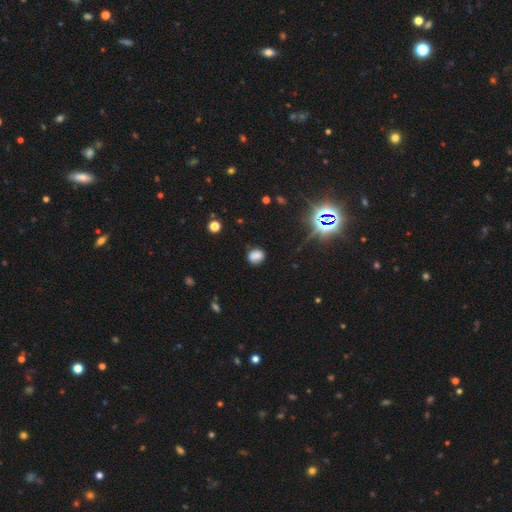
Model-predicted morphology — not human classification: smooth_or_featured: smooth (p=0.75) [alt: star or artifact p=0.17]
how_rounded: round (p=0.57) [alt: in between p=0.42]
merging: none (p=0.77) [alt: minor disturbance p=0.16]